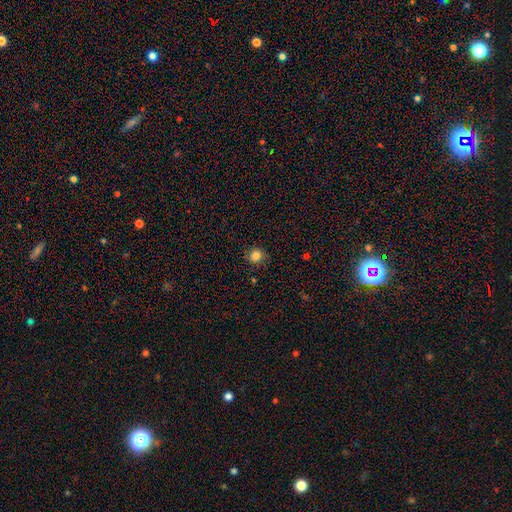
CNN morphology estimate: Smooth or featured? Predicted: smooth (p=0.84). How rounded? Predicted: round (p=0.89). Merging? Predicted: none (p=0.85).